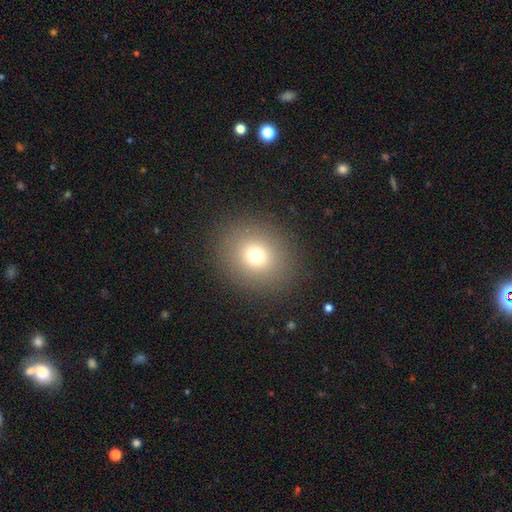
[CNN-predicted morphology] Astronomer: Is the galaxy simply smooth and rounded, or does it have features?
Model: smooth — 72%.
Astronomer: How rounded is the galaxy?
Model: round — 79%.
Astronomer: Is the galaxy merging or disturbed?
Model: none — 89%.